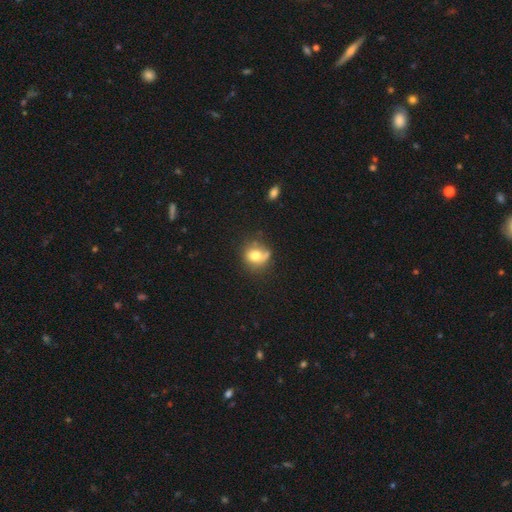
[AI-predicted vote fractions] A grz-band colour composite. It shows a smooth galaxy with no disk features (73%) that is round (78%). Merging: none (53%).